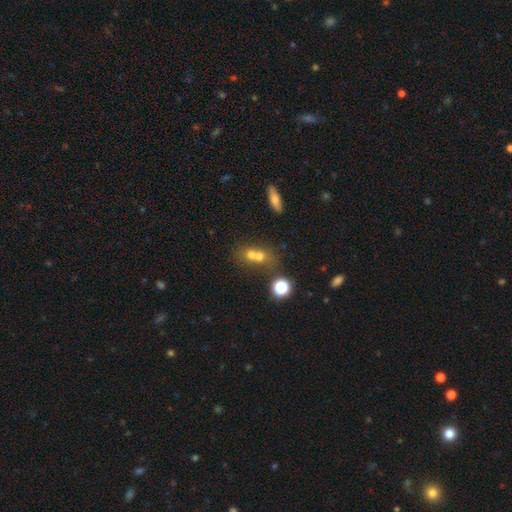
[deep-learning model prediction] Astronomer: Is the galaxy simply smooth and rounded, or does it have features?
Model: smooth — 62%.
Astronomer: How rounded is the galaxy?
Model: round — 67%.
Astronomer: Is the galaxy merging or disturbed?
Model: merger — 64%.